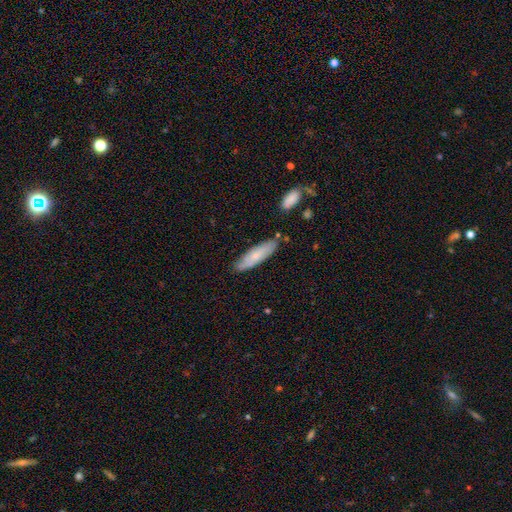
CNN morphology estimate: This appears to be a smooth galaxy with no disk features (68%) that is cigar-shaped (63%). Merging: none (78%).